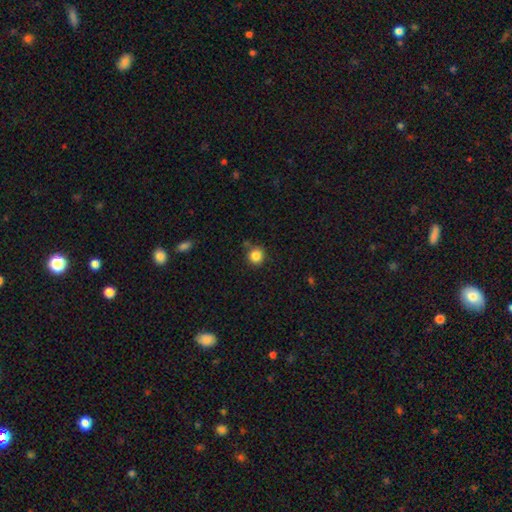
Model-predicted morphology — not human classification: type=smooth (85%); roundness=round (92%); merging=none (80%).